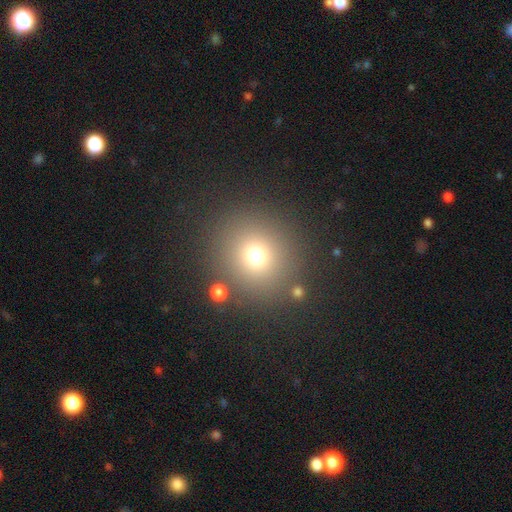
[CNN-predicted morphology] smooth_or_featured: smooth (p=0.71) [alt: star or artifact p=0.19]
how_rounded: round (p=0.89) [alt: in between p=0.10]
merging: none (p=0.84) [alt: minor disturbance p=0.07]